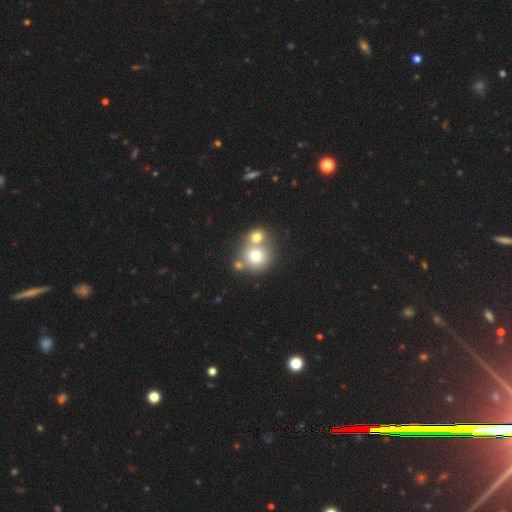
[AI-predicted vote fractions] A smooth galaxy with no disk features (71%) that is round (87%). Merging: merger (50%).